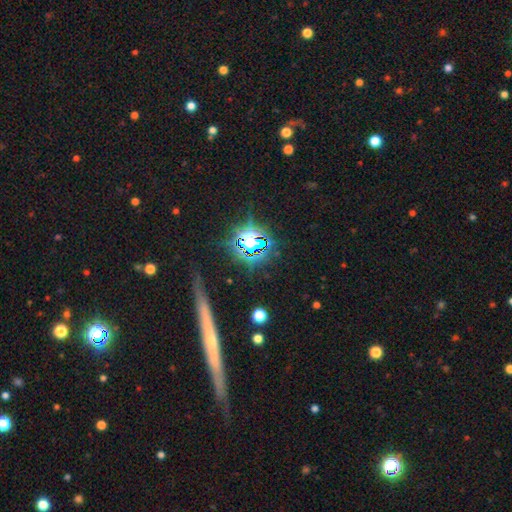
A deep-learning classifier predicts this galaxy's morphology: Smooth or featured? Predicted: featured or disk (p=0.46). Merging? Predicted: none (p=0.89).